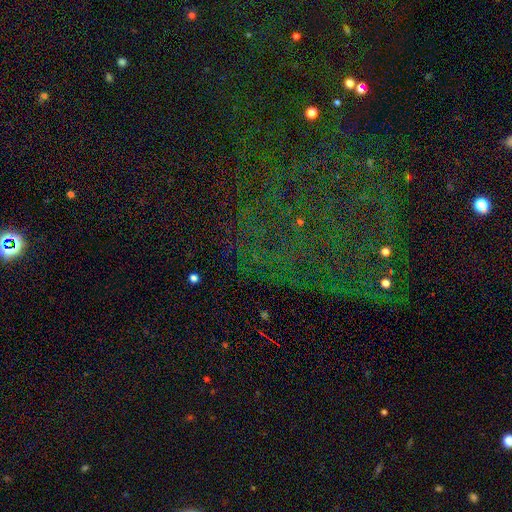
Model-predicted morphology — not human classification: smooth_or_featured: star or artifact (p=0.72) [alt: smooth p=0.14]